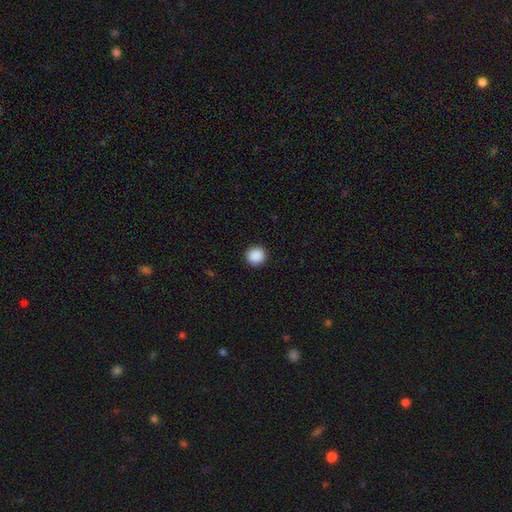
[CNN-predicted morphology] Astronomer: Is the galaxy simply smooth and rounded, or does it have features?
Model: smooth — 89%.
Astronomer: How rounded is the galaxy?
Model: round — 94%.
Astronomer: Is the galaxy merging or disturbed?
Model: none — 93%.